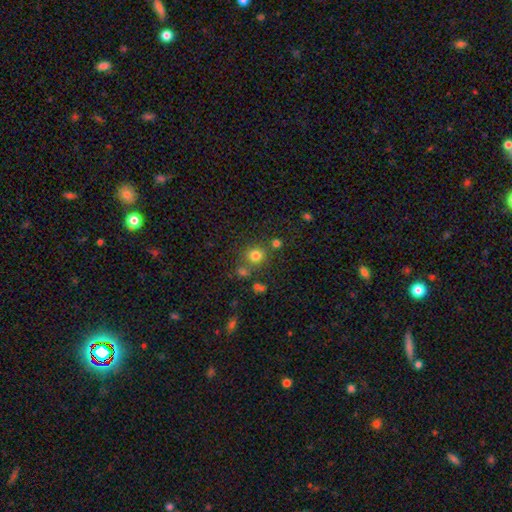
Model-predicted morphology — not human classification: The model was most divided on "merging": none: 73%, merger: 13%, minor disturbance: 10%, major disturbance: 4%. More confident: how rounded — round (87%); smooth or featured — smooth (77%).